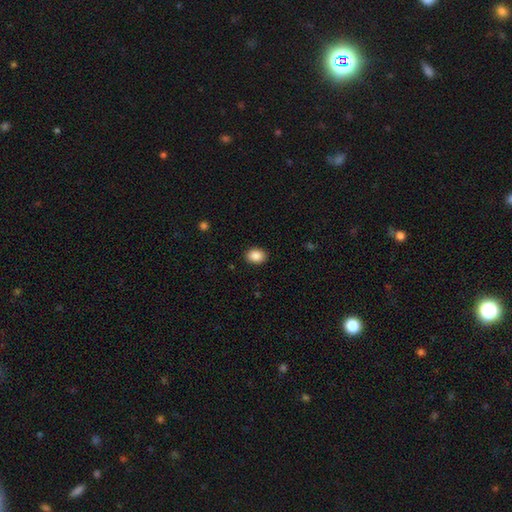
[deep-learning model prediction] Smooth or featured: smooth — 89% (star or artifact — 8%)
How rounded: in between — 64% (round — 36%)
Merging: none — 90% (minor disturbance — 7%)